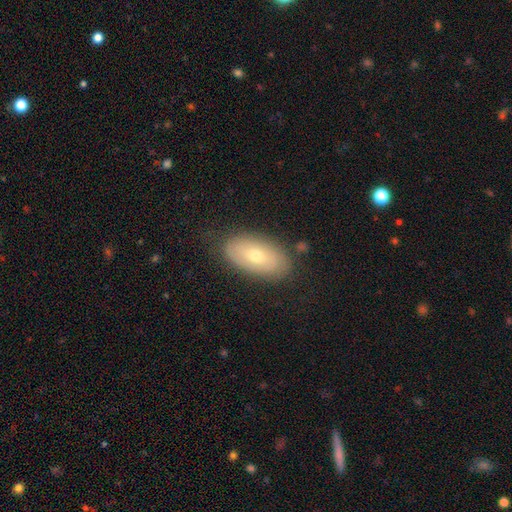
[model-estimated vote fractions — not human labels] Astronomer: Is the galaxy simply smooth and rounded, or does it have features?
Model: smooth — 52% (runner-up: featured or disk, 40%).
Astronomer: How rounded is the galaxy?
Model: in between — 93%.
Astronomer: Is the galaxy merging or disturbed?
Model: none — 81%.